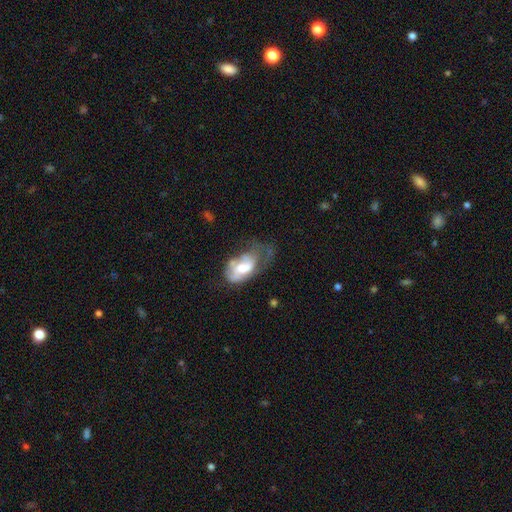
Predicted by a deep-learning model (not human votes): This is possibly a featured or disk galaxy (55%). It is clearly not viewed edge-on (94%). Bar: likely no (67%). Spiral arm pattern: possibly no (52%). Central bulge: likely moderate (64%). Merging: marginally major disturbance (39%).